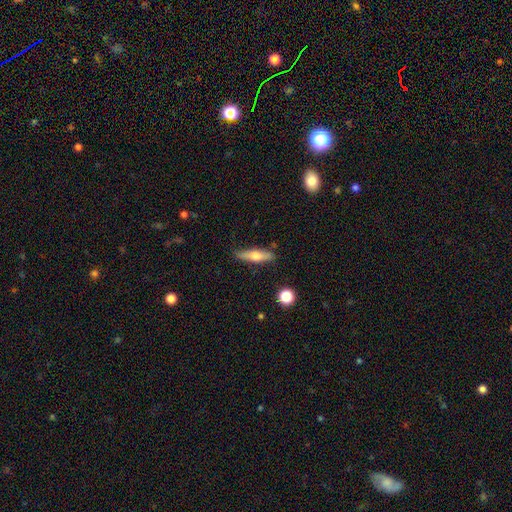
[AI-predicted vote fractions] Q: Smooth or featured?
A: smooth (57%); runner-up: featured or disk (36%)
Q: How rounded?
A: cigar-shaped (72%); runner-up: in between (26%)
Q: Merging?
A: none (82%); runner-up: minor disturbance (13%)